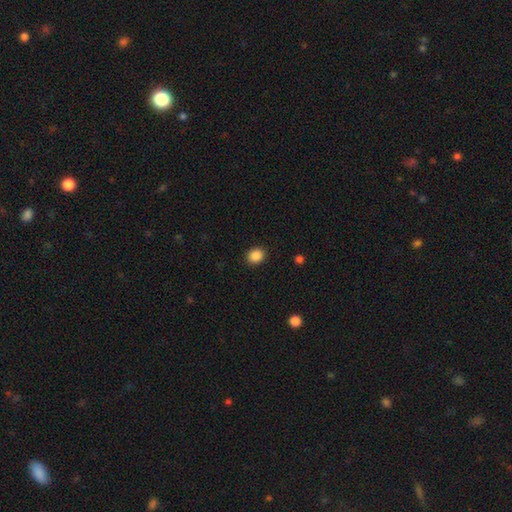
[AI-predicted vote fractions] Smooth or featured: smooth — 88% (star or artifact — 10%)
How rounded: round — 67% (in between — 32%)
Merging: none — 90% (minor disturbance — 7%)